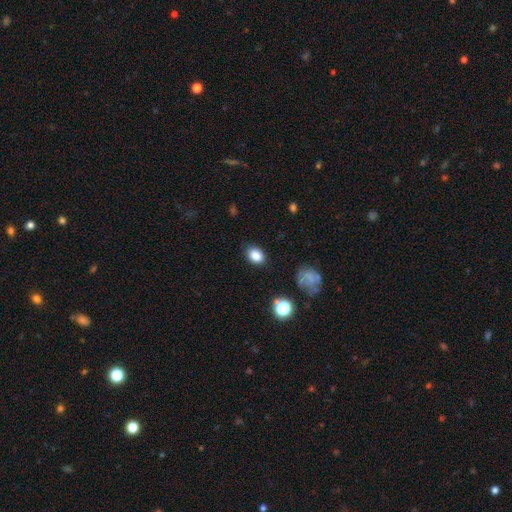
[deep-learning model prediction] Smooth or featured? smooth (85%)
How rounded? in between (71%)
Merging? none (85%)